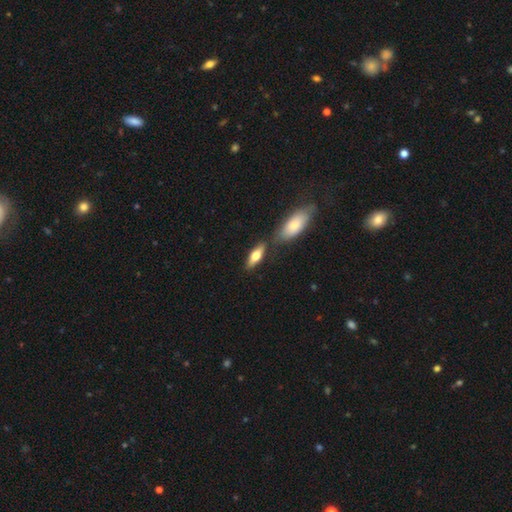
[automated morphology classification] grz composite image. It shows a smooth galaxy with no disk features (63%) that is in between round and cigar-shaped (64%). Merging: none (65%).